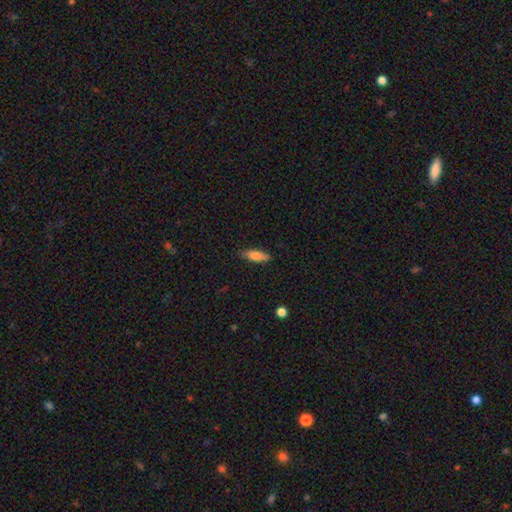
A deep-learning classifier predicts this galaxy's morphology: smooth 75%, featured or disk 19%, star or artifact 7%. Down the decision tree: how rounded — cigar-shaped (52%); merging — none (83%).